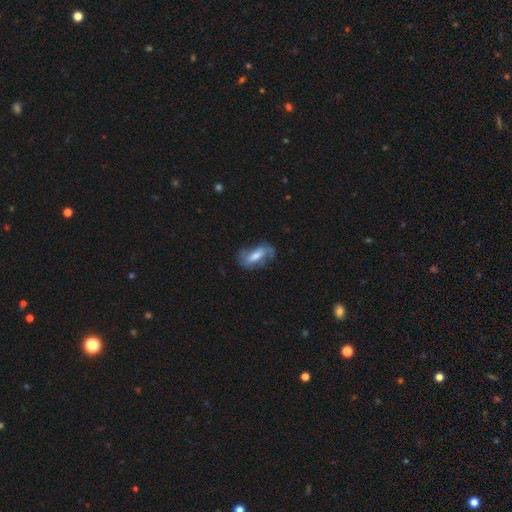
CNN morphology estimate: Smooth or featured: featured or disk — 52% (smooth — 40%)
Edge-on disk: no — 85% (yes — 15%)
Merging: none — 55% (minor disturbance — 27%)